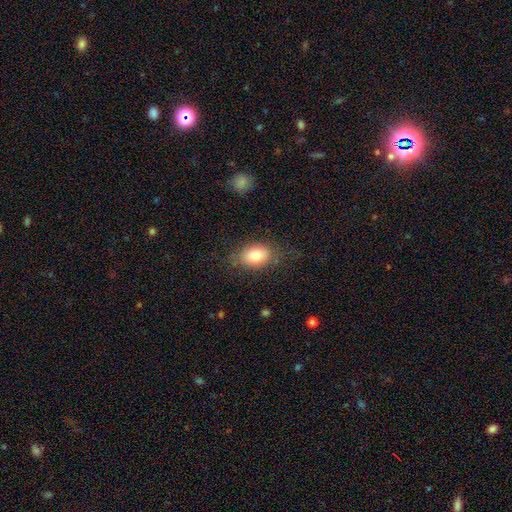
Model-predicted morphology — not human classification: Smooth or featured? Predicted: smooth (p=0.78). How rounded? Predicted: in between (p=0.76). Merging? Predicted: none (p=0.75).